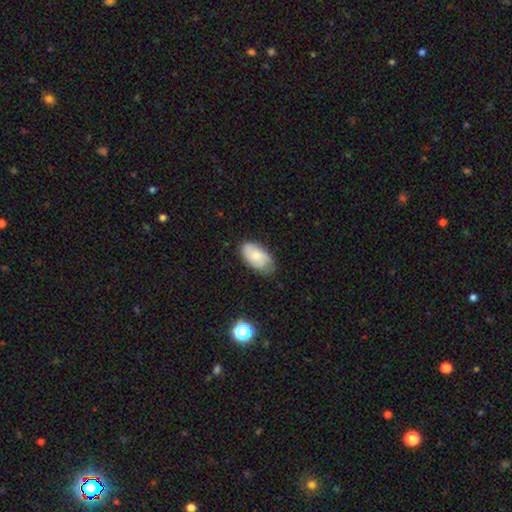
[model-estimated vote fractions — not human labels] A smooth galaxy with no disk features (60%) that is in between round and cigar-shaped (93%). Merging: none (67%).